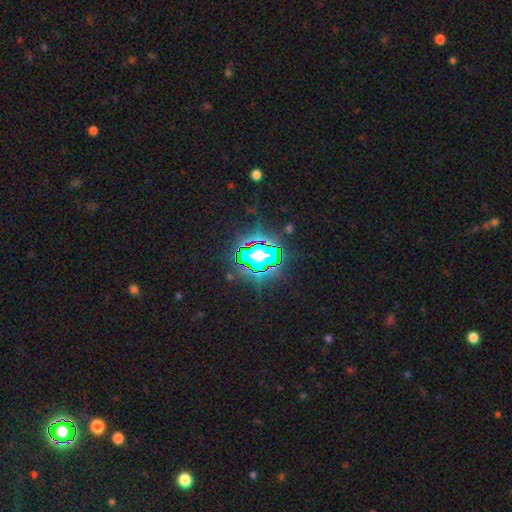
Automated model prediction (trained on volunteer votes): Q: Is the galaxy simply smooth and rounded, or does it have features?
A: star or artifact — 80%.